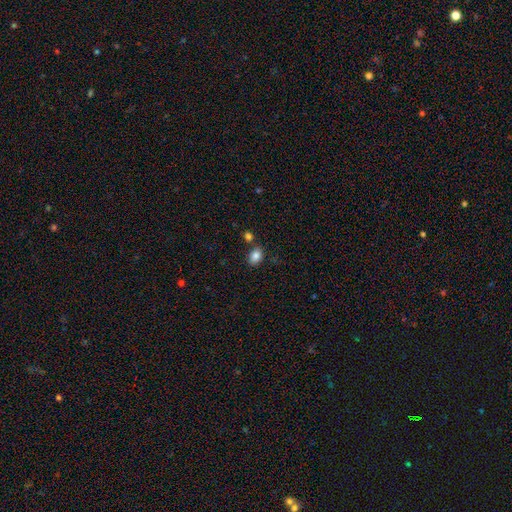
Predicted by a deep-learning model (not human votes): Smooth or featured? Predicted: smooth (p=0.85). How rounded? Predicted: in between (p=0.78). Merging? Predicted: none (p=0.75).